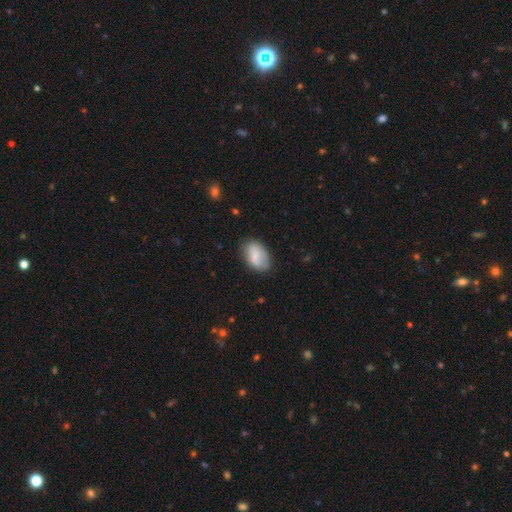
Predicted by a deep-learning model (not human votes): This appears to be a smooth galaxy with no disk features (71%) that is in between round and cigar-shaped (89%). Merging: none (68%).